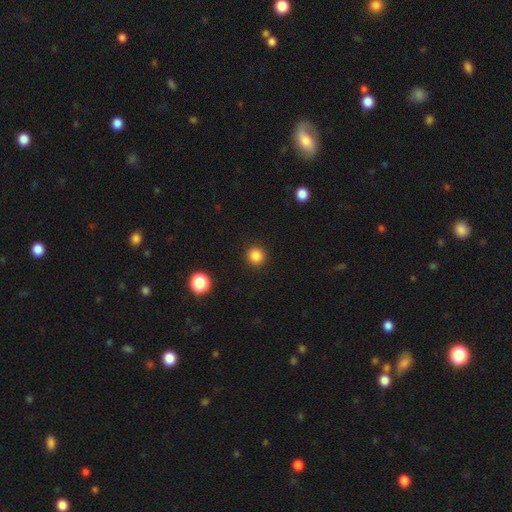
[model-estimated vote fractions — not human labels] Smooth or featured? Predicted: smooth (p=0.86). How rounded? Predicted: round (p=0.93). Merging? Predicted: none (p=0.92).